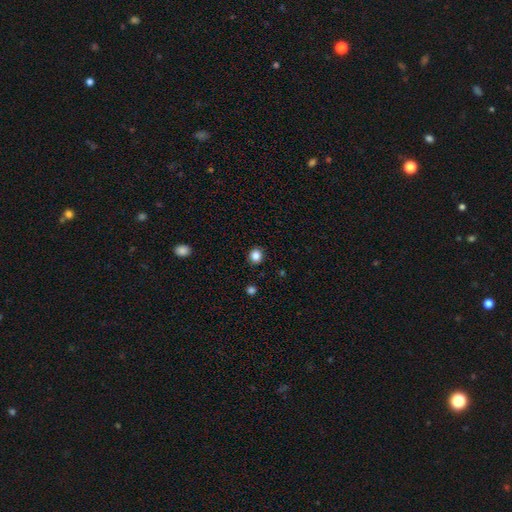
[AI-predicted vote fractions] Morphology: type=smooth (85%); roundness=round (83%); merging=none (90%).